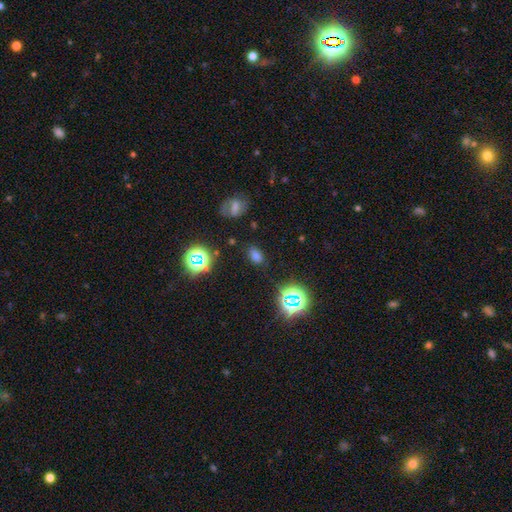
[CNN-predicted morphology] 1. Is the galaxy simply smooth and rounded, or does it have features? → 64% smooth, 29% star or artifact, 7% featured or disk.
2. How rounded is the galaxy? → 84% in between, 14% round, 2% cigar-shaped.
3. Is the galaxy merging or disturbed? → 81% none, 12% minor disturbance, 4% major disturbance, 3% merger.